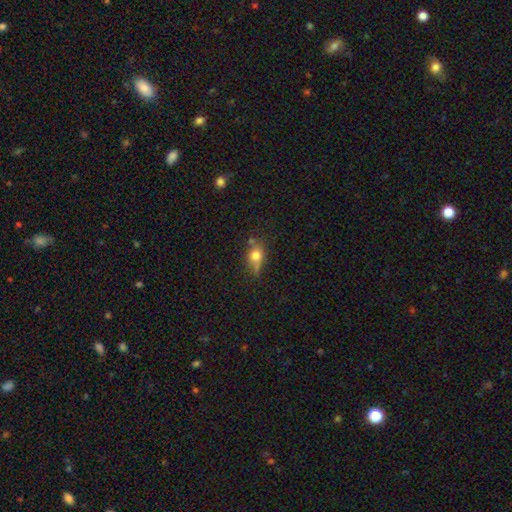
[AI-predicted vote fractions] smooth 65%, featured or disk 22%, star or artifact 13%. Down the decision tree: how rounded — in between (51%); merging — none (48%).